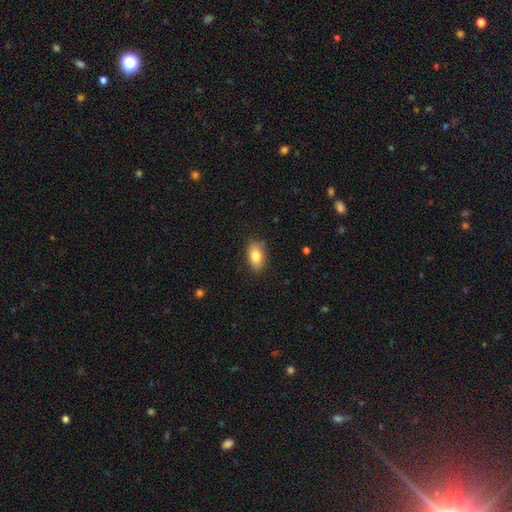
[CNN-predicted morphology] Q: Smooth or featured?
A: smooth (83%); runner-up: featured or disk (10%)
Q: How rounded?
A: in between (89%); runner-up: round (6%)
Q: Merging?
A: none (83%); runner-up: minor disturbance (13%)